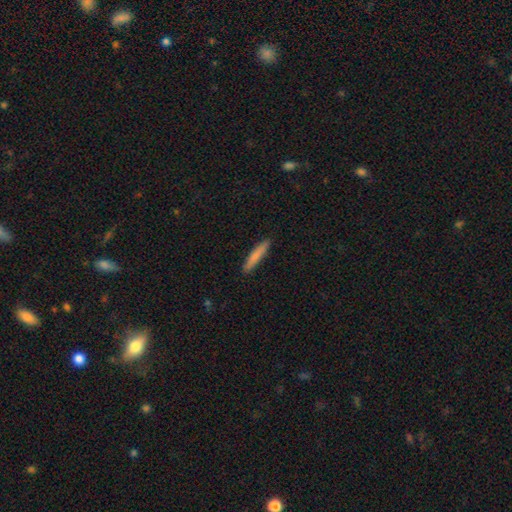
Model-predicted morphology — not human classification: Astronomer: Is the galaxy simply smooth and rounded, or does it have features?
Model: smooth — 81%.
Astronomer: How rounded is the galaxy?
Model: cigar-shaped — 93%.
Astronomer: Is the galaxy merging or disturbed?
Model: none — 91%.